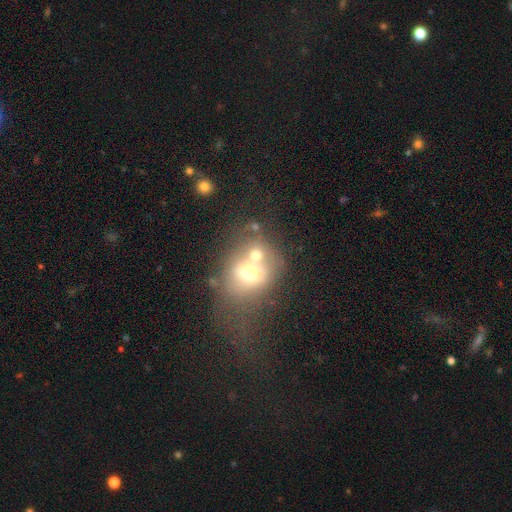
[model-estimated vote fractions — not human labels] smooth 60%, featured or disk 26%, star or artifact 14%. Down the decision tree: how rounded — round (61%); merging — merger (53%).